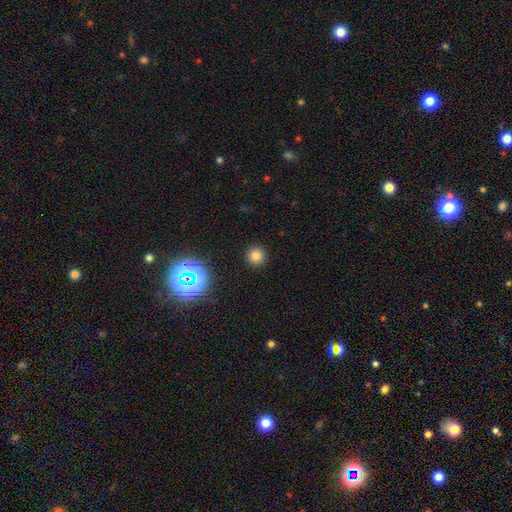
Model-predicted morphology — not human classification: smooth 75%, star or artifact 19%, featured or disk 6%. Down the decision tree: how rounded — round (94%); merging — none (92%).